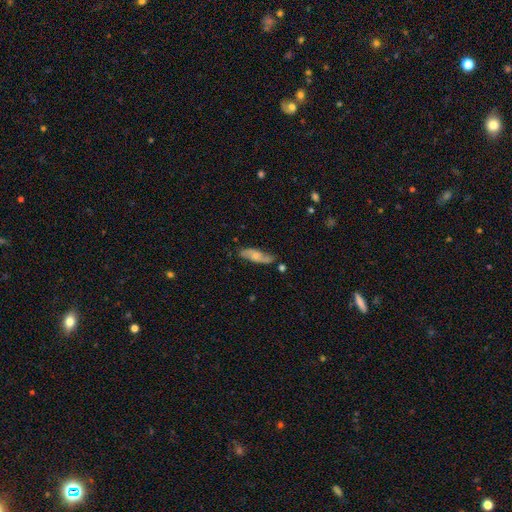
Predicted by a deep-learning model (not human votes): This is possibly a featured or disk galaxy (50%). It is likely not viewed edge-on (78%). Merging: likely none (70%).